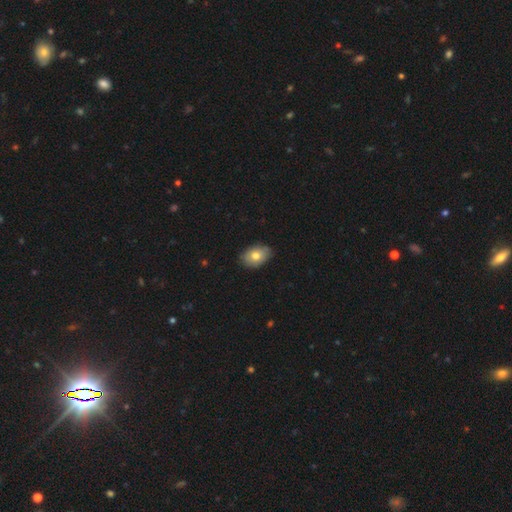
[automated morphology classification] smooth_or_featured: smooth (p=0.77) [alt: featured or disk p=0.16]
how_rounded: in between (p=0.84) [alt: round p=0.15]
merging: none (p=0.83) [alt: minor disturbance p=0.14]